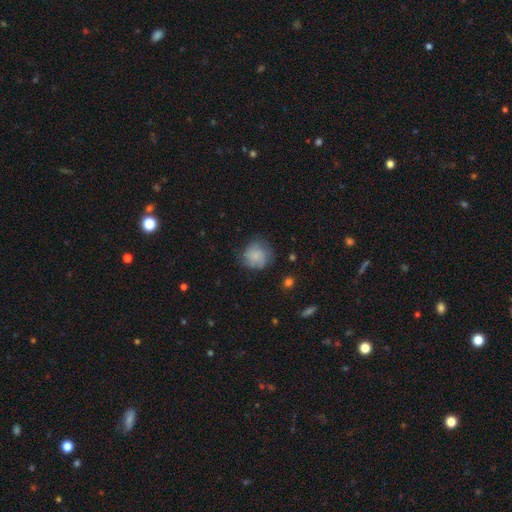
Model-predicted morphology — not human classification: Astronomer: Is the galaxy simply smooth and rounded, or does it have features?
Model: smooth — 71%.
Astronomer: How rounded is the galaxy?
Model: round — 87%.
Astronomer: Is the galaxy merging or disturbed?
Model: none — 69%.